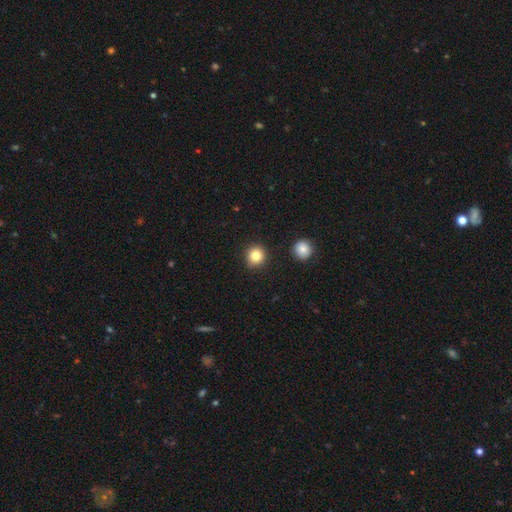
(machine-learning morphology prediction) This appears to be a smooth galaxy with no disk features (84%) that is round (92%). Merging: none (90%).